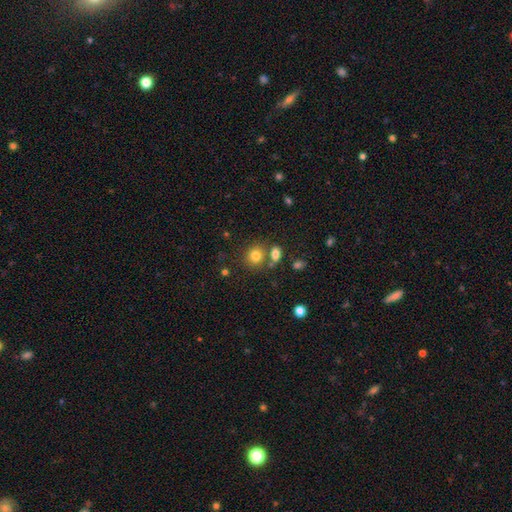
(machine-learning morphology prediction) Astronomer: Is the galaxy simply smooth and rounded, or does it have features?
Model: smooth — 79%.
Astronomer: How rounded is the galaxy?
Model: round — 76%.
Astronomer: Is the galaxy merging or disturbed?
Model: none — 65%.